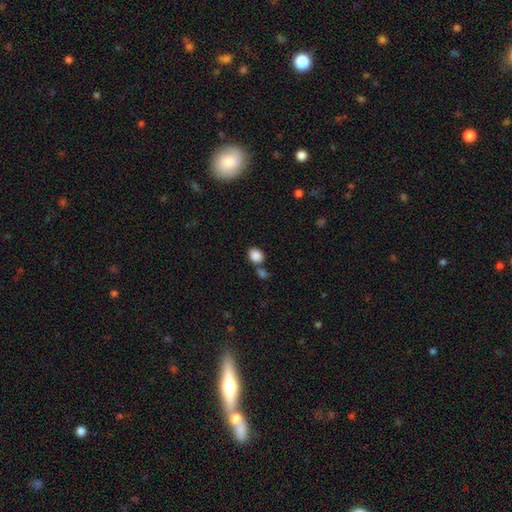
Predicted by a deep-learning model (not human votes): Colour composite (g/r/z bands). It shows a smooth galaxy with no disk features (87%) that is in between round and cigar-shaped (54%). Merging: none (58%).